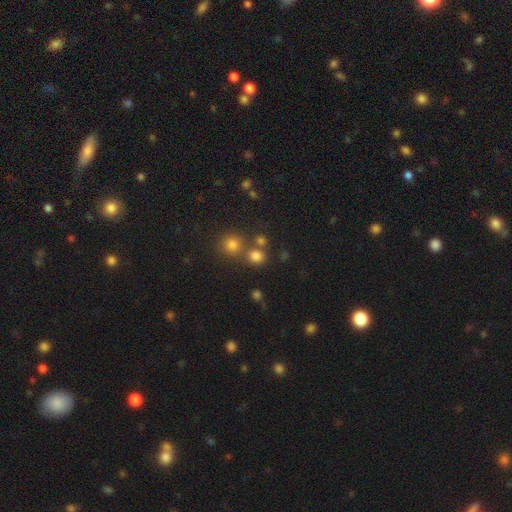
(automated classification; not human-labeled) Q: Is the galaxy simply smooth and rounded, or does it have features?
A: smooth — 77%.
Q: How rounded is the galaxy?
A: round — 82%.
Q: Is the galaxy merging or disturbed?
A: none — 68%.